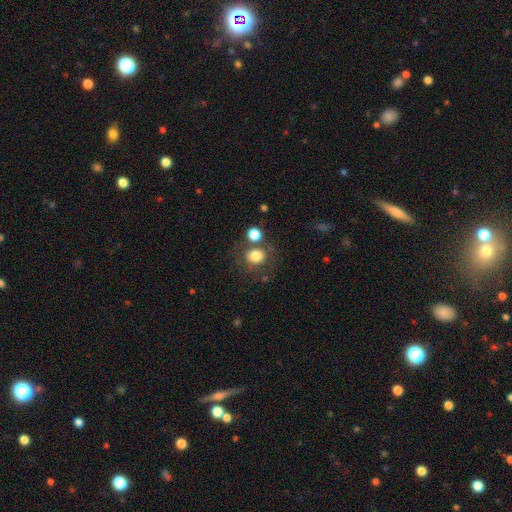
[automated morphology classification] Smooth or featured? Predicted: smooth (p=0.79). How rounded? Predicted: round (p=0.77). Merging? Predicted: none (p=0.65).